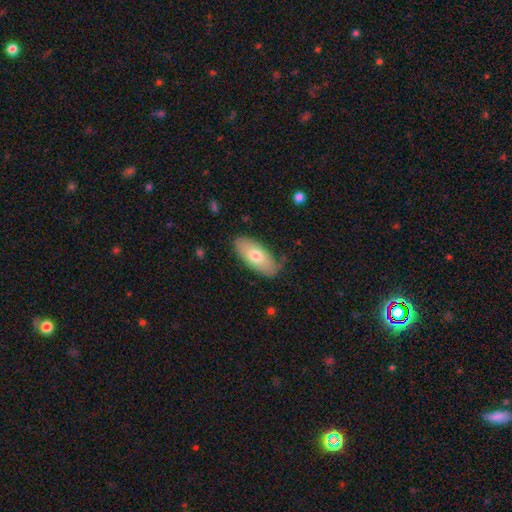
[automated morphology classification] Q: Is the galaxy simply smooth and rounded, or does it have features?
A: smooth — 67%.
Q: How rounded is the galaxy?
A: in between — 88%.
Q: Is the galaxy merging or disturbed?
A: none — 80%.